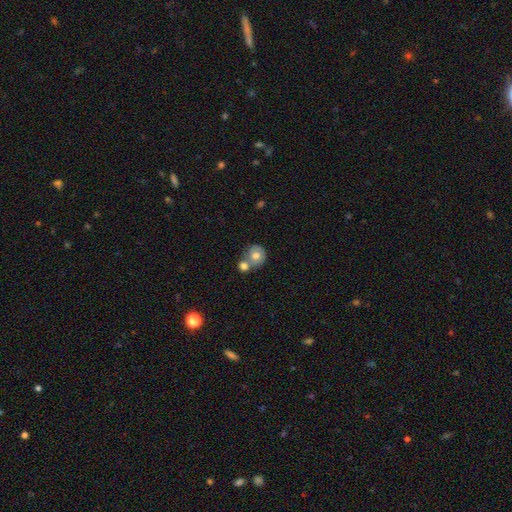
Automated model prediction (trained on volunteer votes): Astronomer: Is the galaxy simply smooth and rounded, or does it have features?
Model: smooth — 64%.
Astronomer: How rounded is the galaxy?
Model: round — 77%.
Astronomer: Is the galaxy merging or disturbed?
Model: merger — 49% (runner-up: none, 34%).